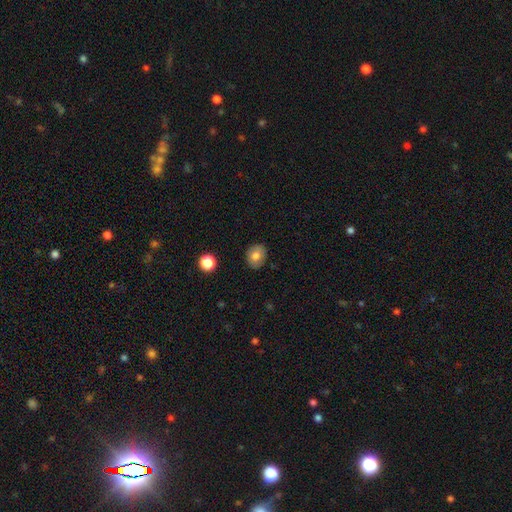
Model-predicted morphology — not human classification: Smooth or featured? Predicted: smooth (p=0.77). How rounded? Predicted: round (p=0.54). Merging? Predicted: none (p=0.87).